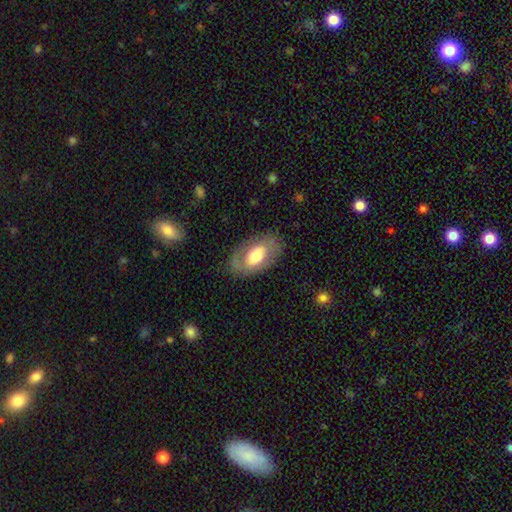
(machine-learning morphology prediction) This is possibly a smooth galaxy (53%). How rounded: clearly in between (92%). Merging: likely none (78%).